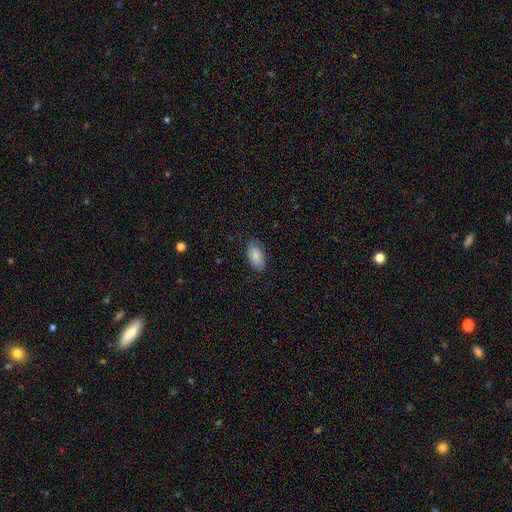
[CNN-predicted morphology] smooth_or_featured: smooth (p=0.84) [alt: featured or disk p=0.10]
how_rounded: in between (p=0.94) [alt: round p=0.04]
merging: none (p=0.82) [alt: minor disturbance p=0.14]